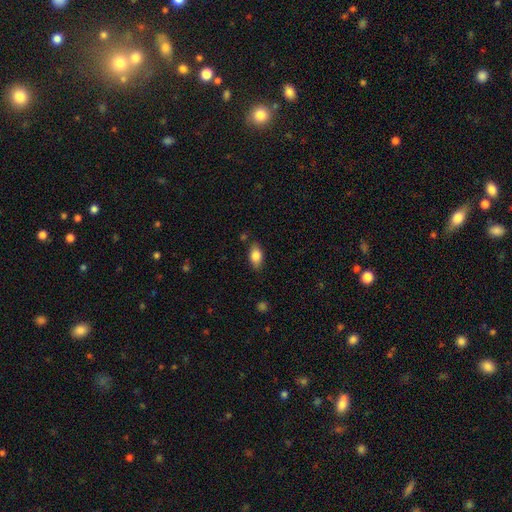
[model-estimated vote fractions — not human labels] Overall: smooth (82%). How rounded: in between (89%). Merging: none (81%).